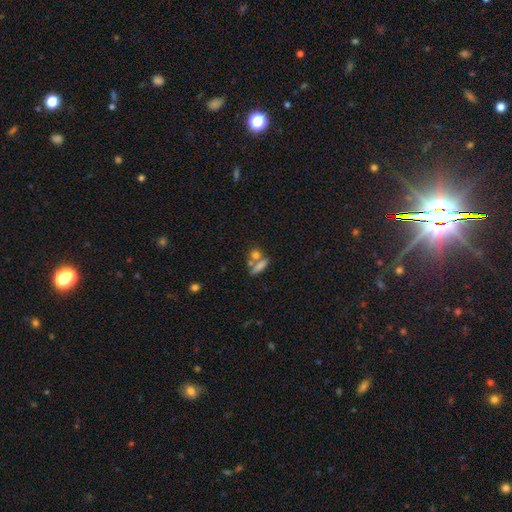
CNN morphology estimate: This appears to be a smooth galaxy with no disk features (66%) that is in between round and cigar-shaped (45%). Merging: none (52%).